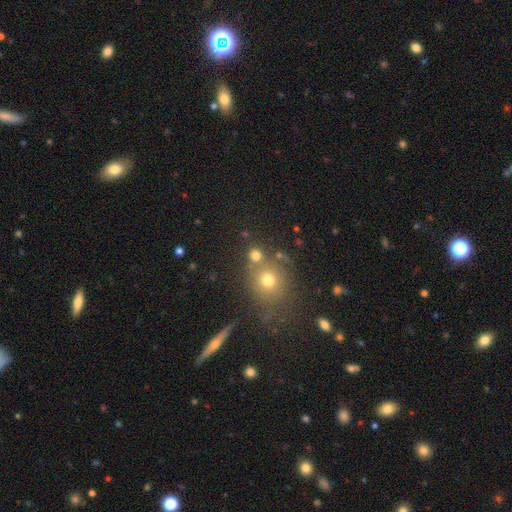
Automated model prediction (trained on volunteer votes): This is likely a smooth galaxy (74%). How rounded: clearly round (87%). Merging: likely none (68%).